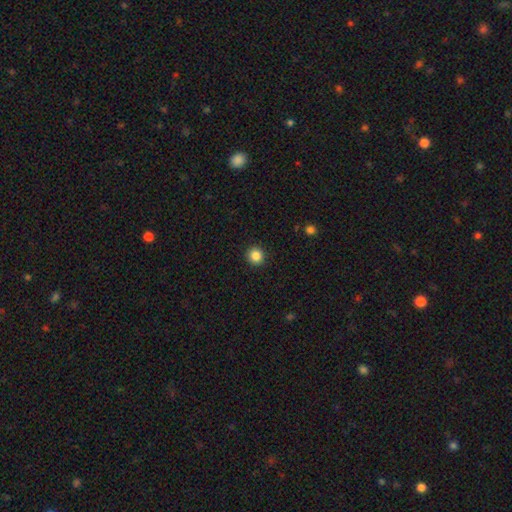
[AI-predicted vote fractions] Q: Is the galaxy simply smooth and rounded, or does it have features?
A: smooth — 86%.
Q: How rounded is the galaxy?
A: round — 93%.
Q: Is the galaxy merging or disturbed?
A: none — 93%.